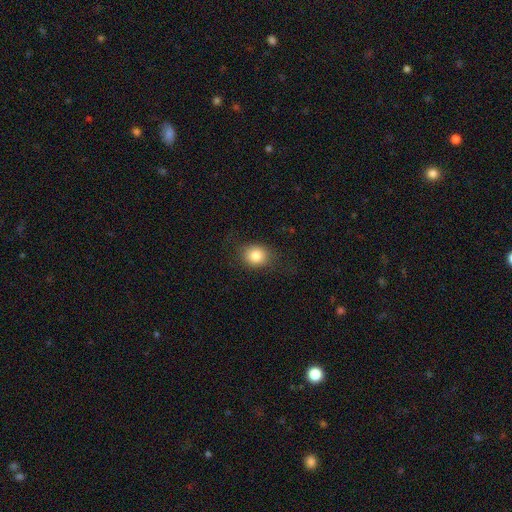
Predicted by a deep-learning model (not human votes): Smooth or featured? smooth (82%)
How rounded? round (64%)
Merging? none (77%)